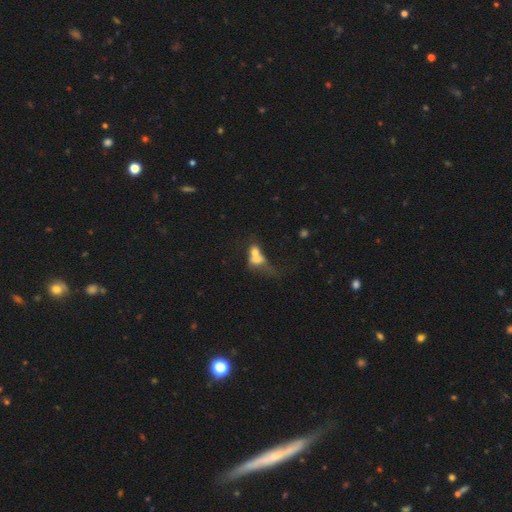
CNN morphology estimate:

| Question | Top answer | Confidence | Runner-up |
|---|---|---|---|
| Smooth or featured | smooth | 57% | featured or disk (30%) |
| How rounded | in between | 62% | round (31%) |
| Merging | merger | 65% | major disturbance (15%) |